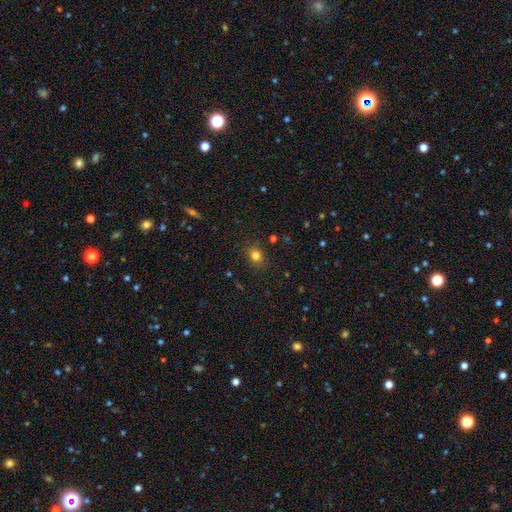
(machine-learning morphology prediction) The model was most divided on "how rounded": round: 66%, in between: 33%, cigar-shaped: 1%. More confident: merging — none (85%); smooth or featured — smooth (80%).